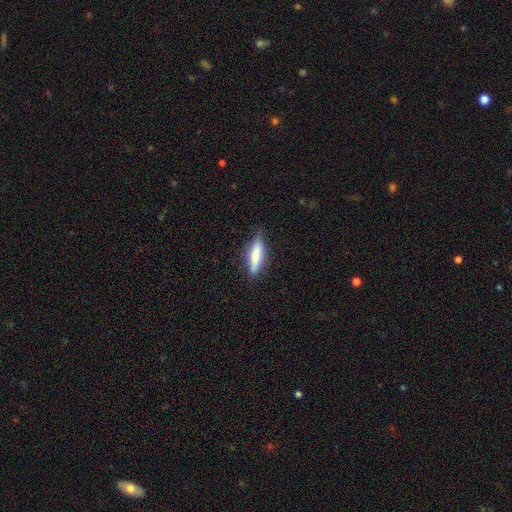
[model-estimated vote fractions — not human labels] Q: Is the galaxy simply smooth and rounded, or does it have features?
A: smooth — 72%.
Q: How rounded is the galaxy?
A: cigar-shaped — 64%.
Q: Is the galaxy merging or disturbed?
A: none — 75%.